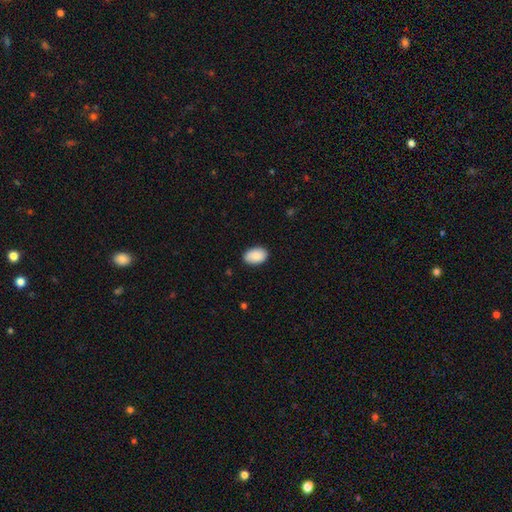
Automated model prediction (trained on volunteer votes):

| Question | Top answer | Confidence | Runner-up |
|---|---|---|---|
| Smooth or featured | smooth | 90% | star or artifact (6%) |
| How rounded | in between | 89% | round (10%) |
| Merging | none | 86% | minor disturbance (11%) |